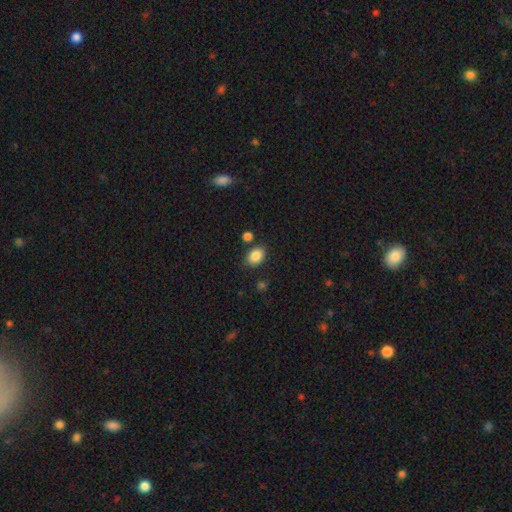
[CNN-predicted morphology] Overall: smooth (87%). How rounded: in between (79%). Merging: none (79%).